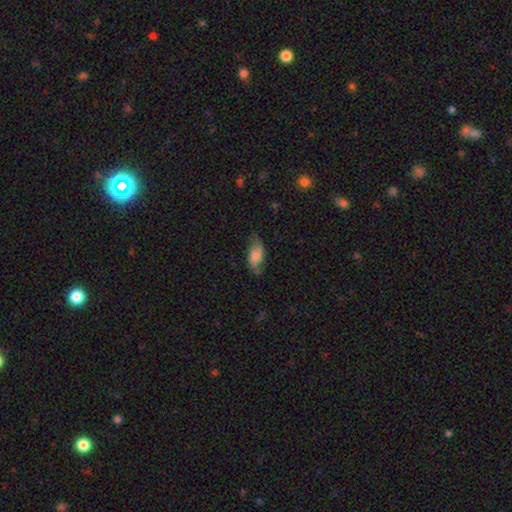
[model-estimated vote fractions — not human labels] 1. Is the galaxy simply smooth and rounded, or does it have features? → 64% smooth, 28% featured or disk, 8% star or artifact.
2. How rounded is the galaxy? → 90% in between, 6% cigar-shaped, 4% round.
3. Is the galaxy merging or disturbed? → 63% none, 26% minor disturbance, 10% major disturbance, 1% merger.